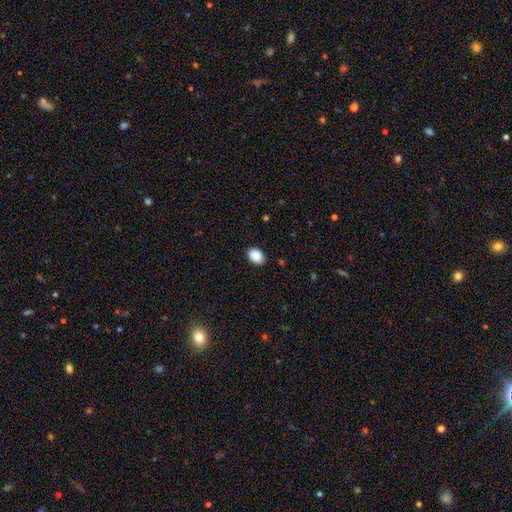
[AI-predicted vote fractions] smooth-or-featured: smooth: 90% | star or artifact: 7% | featured or disk: 2%
  how-rounded: in between: 80% | round: 19% | cigar-shaped: 1%
  merging: none: 89% | minor disturbance: 8% | major disturbance: 2% | merger: 1%